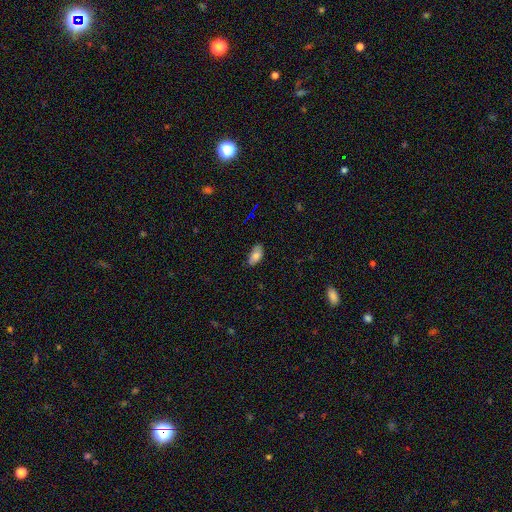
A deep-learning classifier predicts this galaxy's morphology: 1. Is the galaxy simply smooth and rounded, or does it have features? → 77% smooth, 14% featured or disk, 9% star or artifact.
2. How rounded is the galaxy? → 92% in between, 4% cigar-shaped, 3% round.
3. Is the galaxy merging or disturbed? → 72% none, 23% minor disturbance, 3% major disturbance, 1% merger.